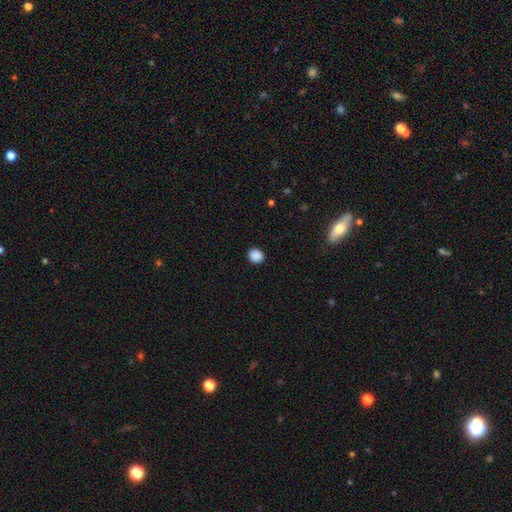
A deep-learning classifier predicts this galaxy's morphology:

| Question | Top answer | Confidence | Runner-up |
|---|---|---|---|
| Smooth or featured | smooth | 88% | star or artifact (10%) |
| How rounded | round | 89% | in between (10%) |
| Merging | none | 91% | minor disturbance (6%) |